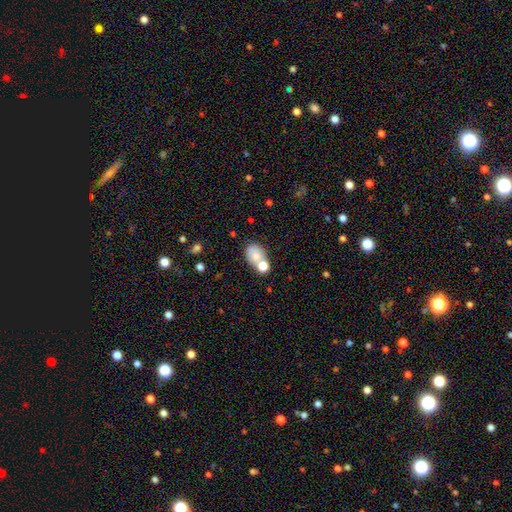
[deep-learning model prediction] Q: Smooth or featured?
A: smooth (75%); runner-up: featured or disk (15%)
Q: How rounded?
A: in between (68%); runner-up: round (30%)
Q: Merging?
A: none (45%); runner-up: merger (34%)